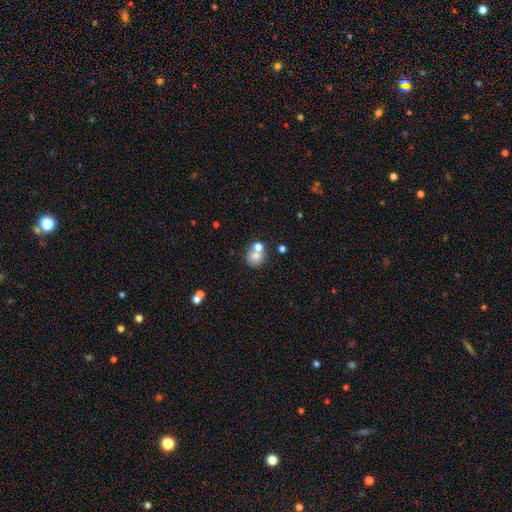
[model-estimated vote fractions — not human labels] smooth_or_featured: smooth (p=0.72) [alt: featured or disk p=0.16]
how_rounded: round (p=0.80) [alt: in between p=0.19]
merging: none (p=0.49) [alt: merger p=0.38]